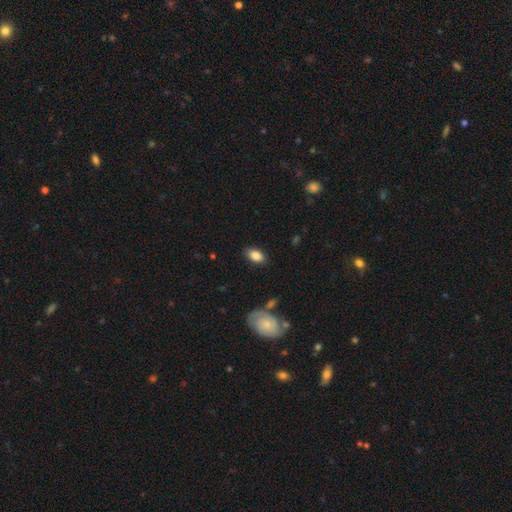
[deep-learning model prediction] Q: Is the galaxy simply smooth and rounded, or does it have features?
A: smooth — 86%.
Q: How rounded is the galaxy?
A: in between — 91%.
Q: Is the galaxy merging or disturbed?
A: none — 84%.